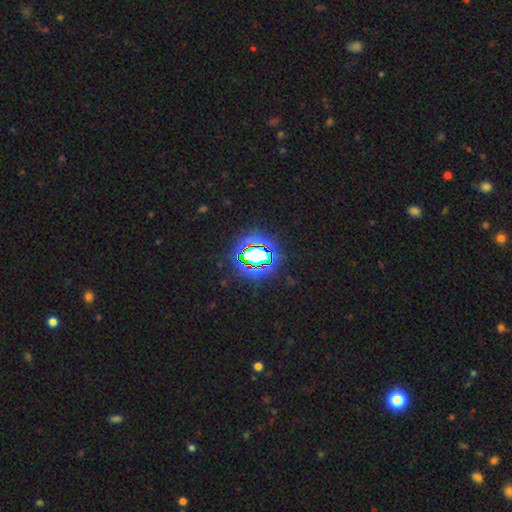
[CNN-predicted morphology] Smooth or featured?
  - star or artifact: 76% *
  - smooth: 15%
  - featured or disk: 9%